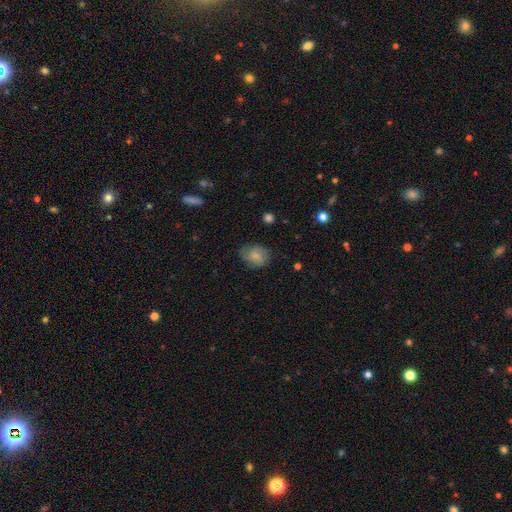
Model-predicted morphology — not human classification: Smooth or featured? Predicted: smooth (p=0.73). How rounded? Predicted: round (p=0.53). Merging? Predicted: none (p=0.68).